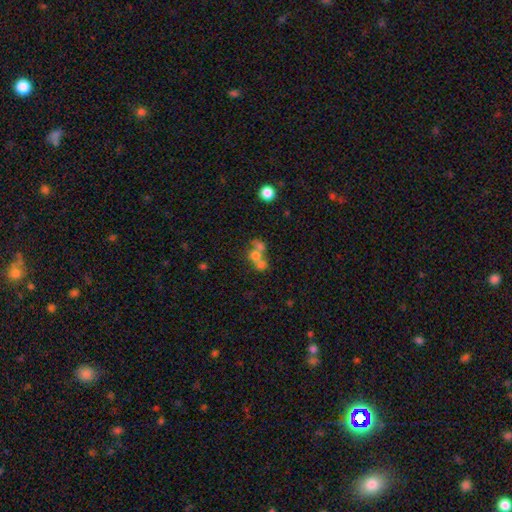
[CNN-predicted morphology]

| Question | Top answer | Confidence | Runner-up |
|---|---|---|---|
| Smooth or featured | smooth | 60% | featured or disk (24%) |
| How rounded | round | 76% | in between (22%) |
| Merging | merger | 59% | none (29%) |